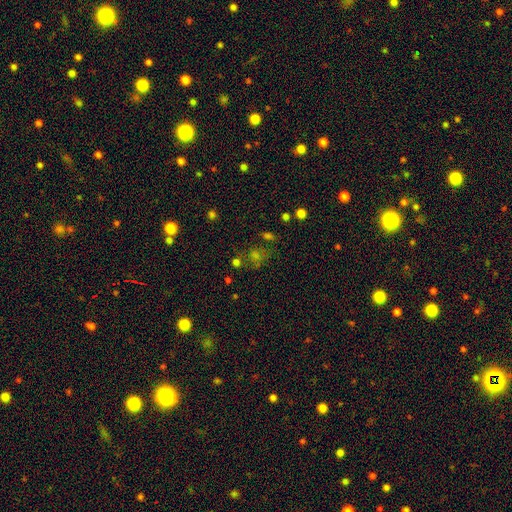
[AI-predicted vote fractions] smooth_or_featured: star or artifact (p=0.48) [alt: smooth p=0.38]